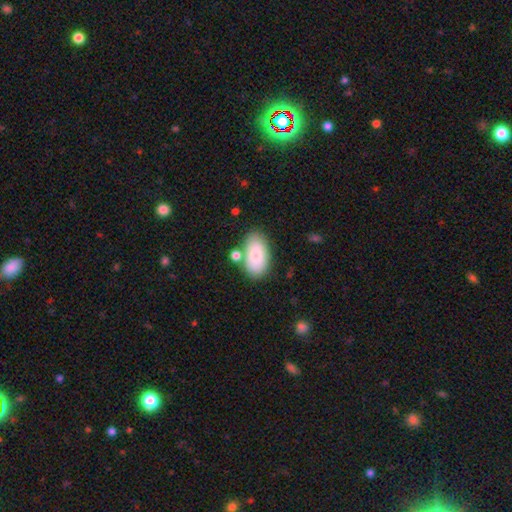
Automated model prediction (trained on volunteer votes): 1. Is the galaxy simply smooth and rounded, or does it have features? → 81% smooth, 12% featured or disk, 7% star or artifact.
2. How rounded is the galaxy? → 94% in between, 4% round, 2% cigar-shaped.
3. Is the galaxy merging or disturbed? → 71% none, 15% minor disturbance, 11% merger, 4% major disturbance.